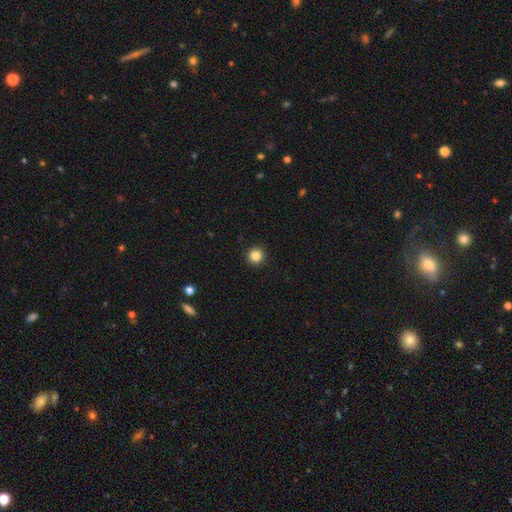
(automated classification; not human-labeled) Morphology: type=smooth (85%); roundness=round (95%); merging=none (93%).